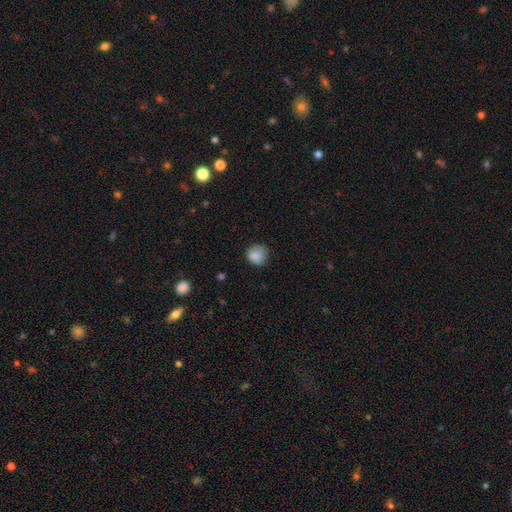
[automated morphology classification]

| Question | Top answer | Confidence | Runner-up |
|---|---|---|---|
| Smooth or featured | smooth | 85% | star or artifact (9%) |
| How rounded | round | 86% | in between (14%) |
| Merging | none | 73% | minor disturbance (21%) |